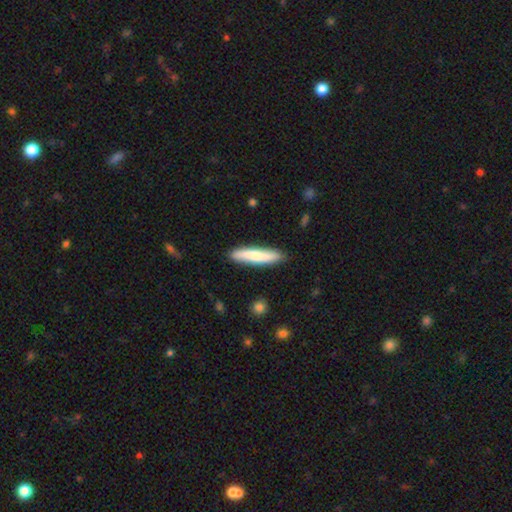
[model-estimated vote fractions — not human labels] smooth_or_featured: smooth (p=0.66) [alt: featured or disk p=0.29]
how_rounded: cigar-shaped (p=0.85) [alt: in between p=0.14]
merging: none (p=0.87) [alt: minor disturbance p=0.10]